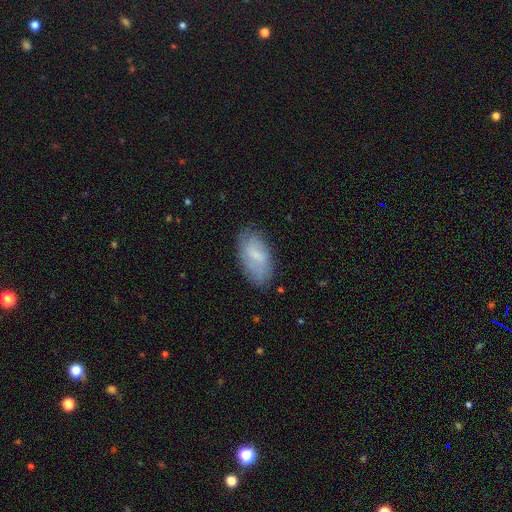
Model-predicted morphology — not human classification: This appears to be a smooth galaxy with no disk features (58%) that is in between round and cigar-shaped (91%). Merging: none (72%).